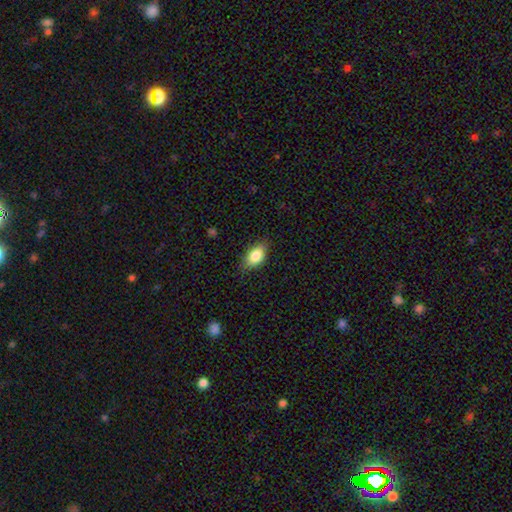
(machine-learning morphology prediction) Smooth or featured?
  - smooth: 84% *
  - featured or disk: 9%
  - star or artifact: 7%
How rounded?
  - in between: 90% *
  - round: 5%
  - cigar-shaped: 4%
Merging?
  - none: 82% *
  - minor disturbance: 14%
  - major disturbance: 3%
  - merger: 1%